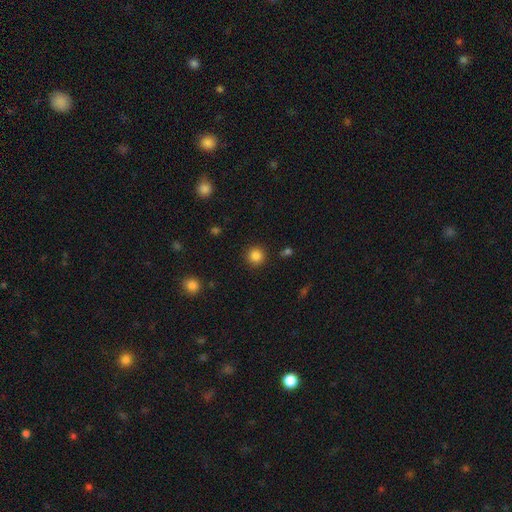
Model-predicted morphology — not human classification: This is clearly a smooth galaxy (85%). How rounded: clearly round (94%). Merging: clearly none (91%).